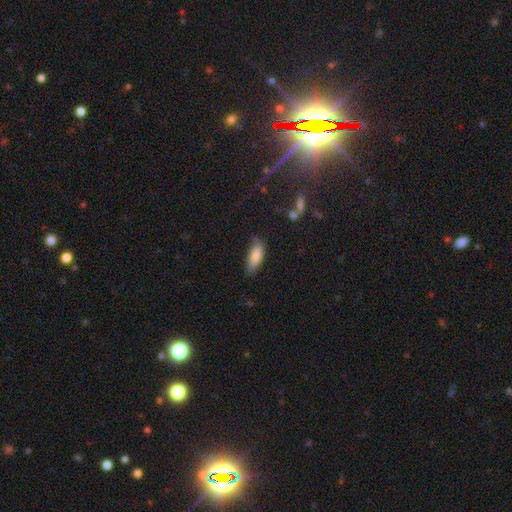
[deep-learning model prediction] This is clearly a smooth galaxy (85%). How rounded: likely in between (73%). Merging: likely none (71%).